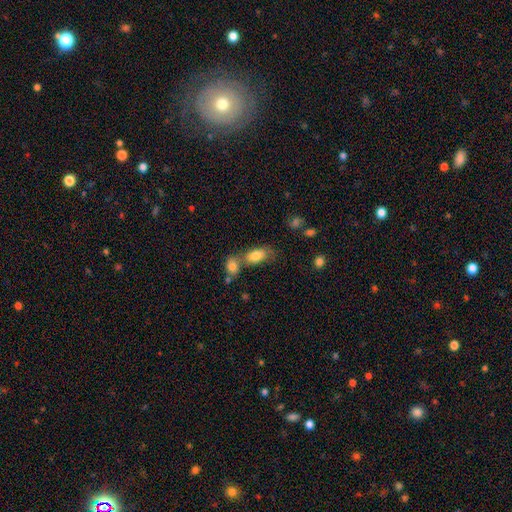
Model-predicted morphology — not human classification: Smooth or featured: smooth — 81% (featured or disk — 11%)
How rounded: in between — 89% (round — 6%)
Merging: none — 44% (merger — 38%)